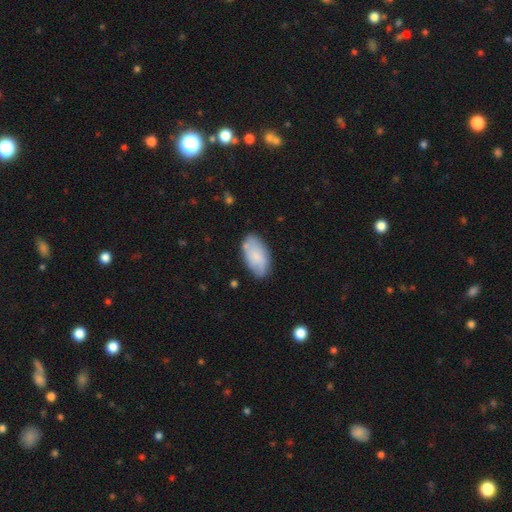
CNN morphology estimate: Smooth or featured? Predicted: smooth (p=0.73). How rounded? Predicted: in between (p=0.95). Merging? Predicted: none (p=0.73).